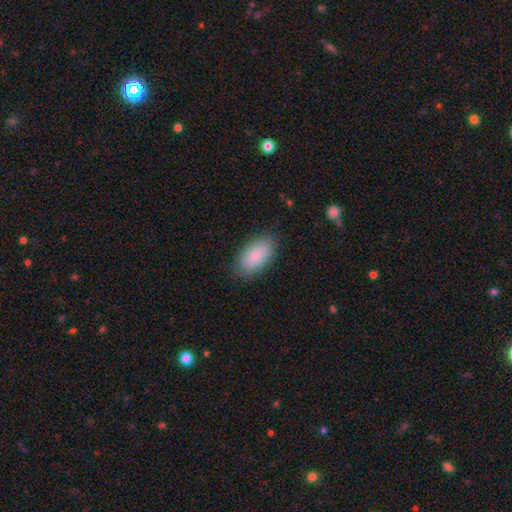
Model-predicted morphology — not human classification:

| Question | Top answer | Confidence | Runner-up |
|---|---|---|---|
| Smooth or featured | smooth | 86% | featured or disk (7%) |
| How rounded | in between | 94% | round (3%) |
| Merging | none | 85% | minor disturbance (11%) |